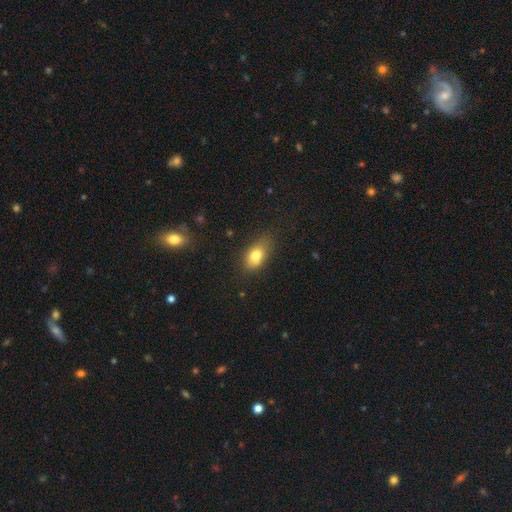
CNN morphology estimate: Overall: smooth (77%). How rounded: in between (82%). Merging: none (60%; minor disturbance 28%).